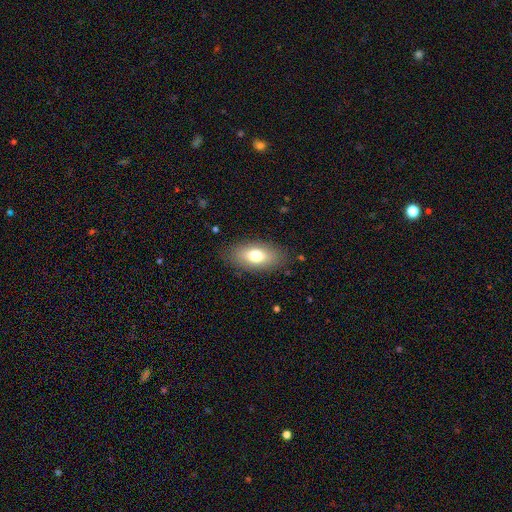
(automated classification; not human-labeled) The model was most divided on "smooth or featured": smooth: 74%, featured or disk: 18%, star or artifact: 8%. More confident: how rounded — in between (88%); merging — none (84%).